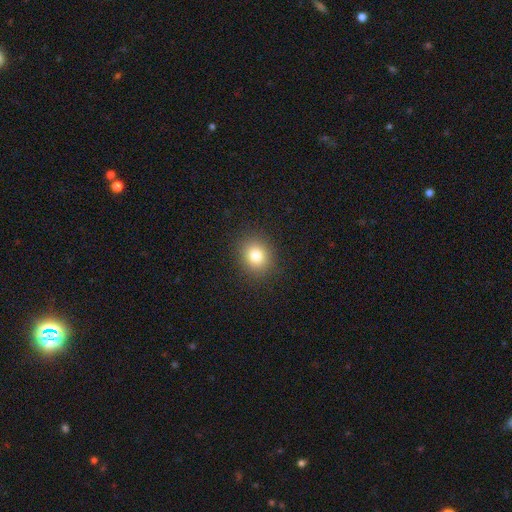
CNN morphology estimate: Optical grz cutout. It shows a smooth galaxy with no disk features (81%) that is round (72%). Merging: none (90%).